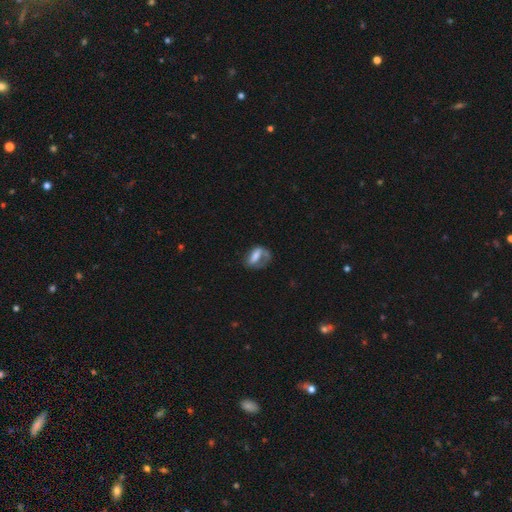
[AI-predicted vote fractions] smooth_or_featured: smooth (p=0.52) [alt: featured or disk p=0.39]
how_rounded: in between (p=0.74) [alt: cigar-shaped p=0.15]
merging: major disturbance (p=0.37) [alt: none p=0.35]